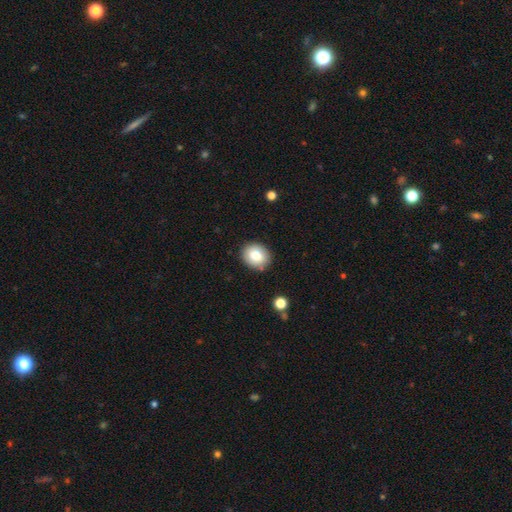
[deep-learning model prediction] The model was most divided on "how rounded": round: 67%, in between: 32%, cigar-shaped: 1%. More confident: merging — none (87%); smooth or featured — smooth (80%).